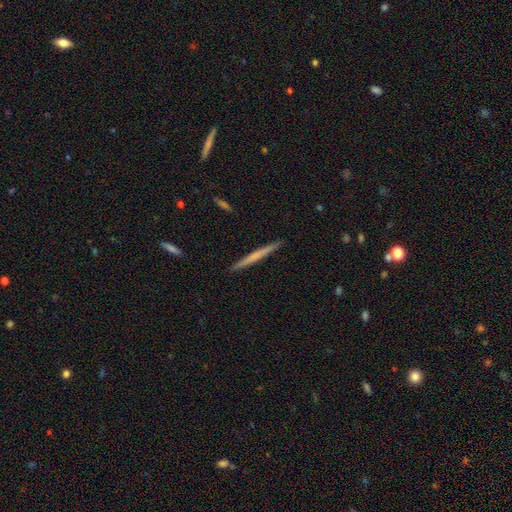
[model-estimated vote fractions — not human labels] Smooth or featured?
  - smooth: 50% *
  - featured or disk: 44%
  - star or artifact: 5%
How rounded?
  - cigar-shaped: 97% *
  - in between: 2%
  - round: 1%
Merging?
  - none: 92% *
  - minor disturbance: 6%
  - major disturbance: 1%
  - merger: 1%